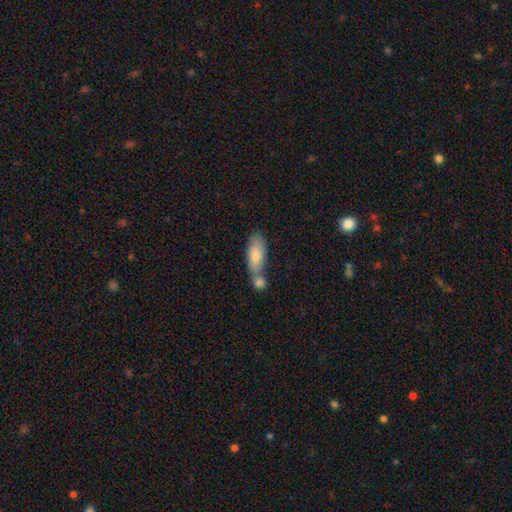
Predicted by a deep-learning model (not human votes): Smooth or featured: smooth — 80% (featured or disk — 15%)
How rounded: in between — 81% (cigar-shaped — 17%)
Merging: merger — 45% (none — 36%)